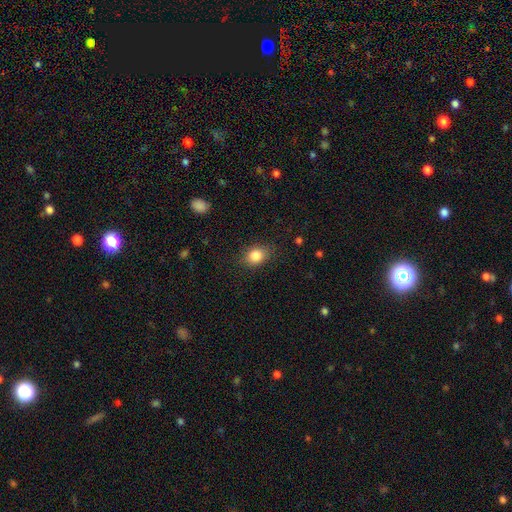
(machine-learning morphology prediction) Smooth or featured? smooth (85%)
How rounded? in between (53%)
Merging? none (81%)